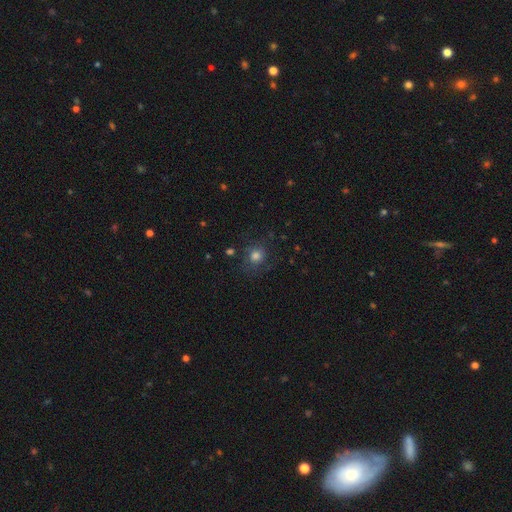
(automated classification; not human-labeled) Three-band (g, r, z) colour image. It shows a smooth galaxy with no disk features (68%) that is round (84%). Merging: none (71%).